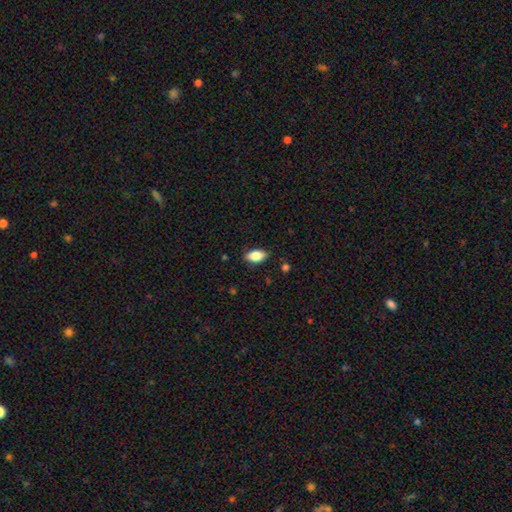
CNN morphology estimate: Smooth or featured? smooth (80%)
How rounded? in between (90%)
Merging? none (84%)